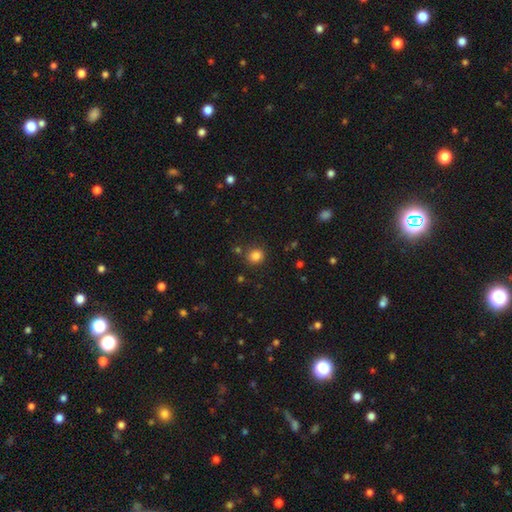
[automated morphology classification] Smooth or featured? Predicted: smooth (p=0.84). How rounded? Predicted: round (p=0.78). Merging? Predicted: none (p=0.83).